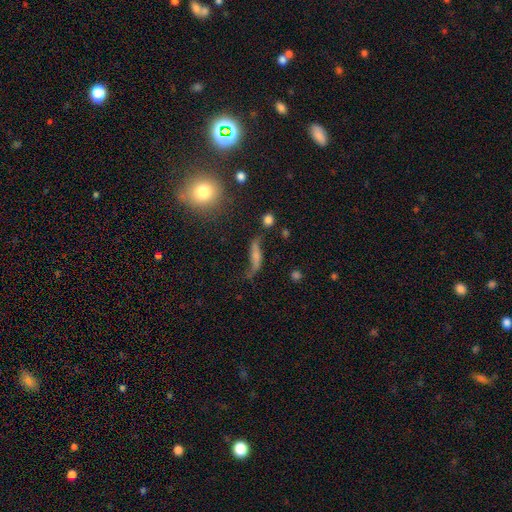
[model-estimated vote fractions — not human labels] Smooth or featured? Predicted: featured or disk (p=0.61). Edge-on disk? Predicted: no (p=0.75). Merging? Predicted: none (p=0.52).